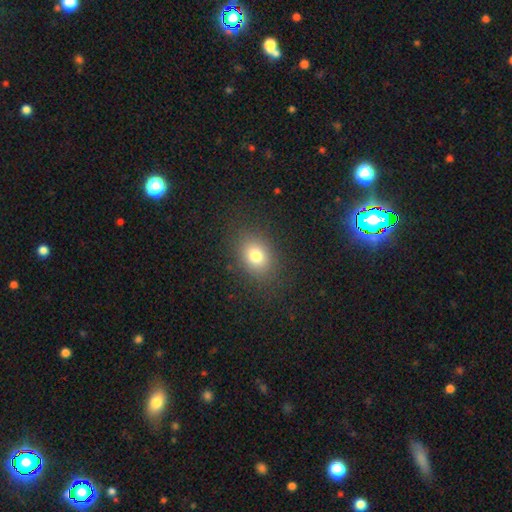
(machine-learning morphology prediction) The model was most divided on "how rounded": in between: 58%, round: 41%, cigar-shaped: 1%. More confident: merging — none (84%); smooth or featured — smooth (76%).